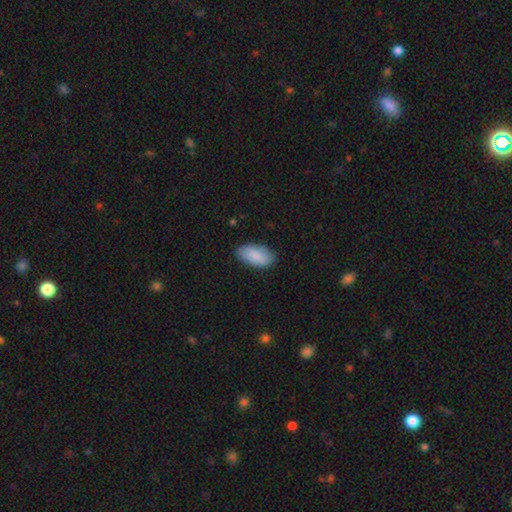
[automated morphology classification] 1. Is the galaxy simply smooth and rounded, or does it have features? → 88% smooth, 6% star or artifact, 6% featured or disk.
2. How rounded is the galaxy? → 93% in between, 5% cigar-shaped, 2% round.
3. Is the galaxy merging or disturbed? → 81% none, 15% minor disturbance, 3% major disturbance, 1% merger.